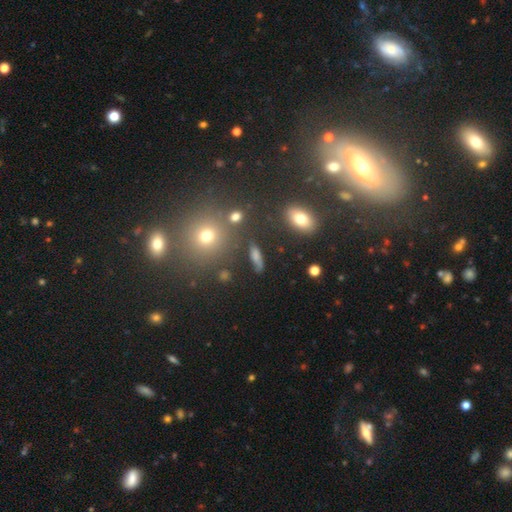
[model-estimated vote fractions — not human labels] Smooth or featured? Predicted: smooth (p=0.51). How rounded? Predicted: cigar-shaped (p=0.42). Merging? Predicted: none (p=0.80).